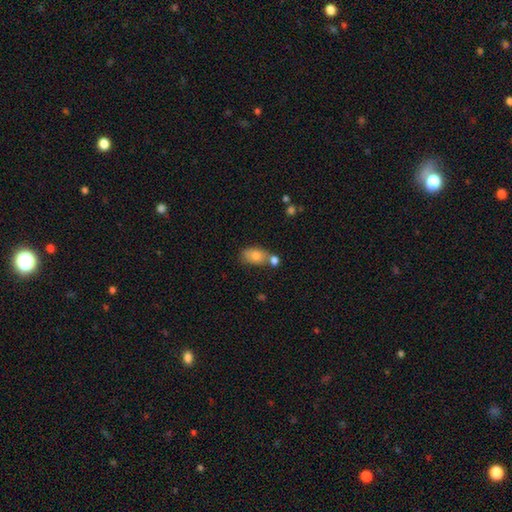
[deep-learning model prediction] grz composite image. It shows a smooth galaxy with no disk features (79%) that is in between round and cigar-shaped (88%). Merging: none (52%).